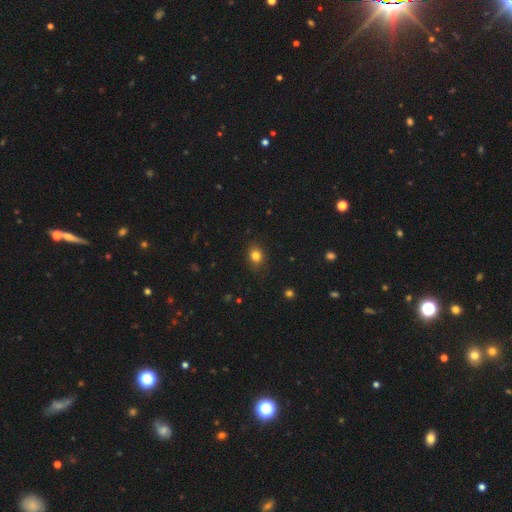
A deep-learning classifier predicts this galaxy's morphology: smooth_or_featured: smooth (p=0.82) [alt: star or artifact p=0.12]
how_rounded: round (p=0.56) [alt: in between p=0.43]
merging: none (p=0.85) [alt: minor disturbance p=0.12]